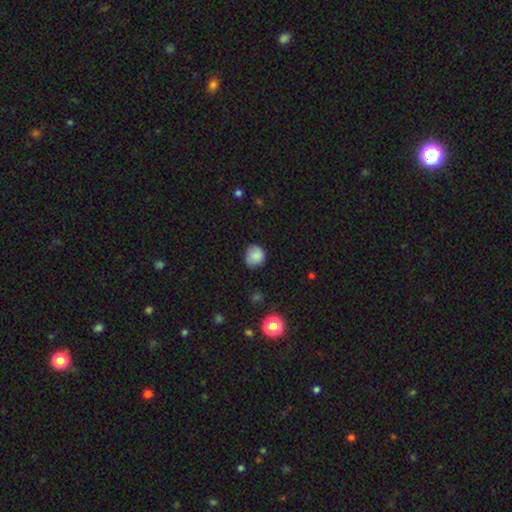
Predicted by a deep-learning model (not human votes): A smooth galaxy with no disk features (86%) that is round (84%).

Vote fractions:
- Smooth or featured? smooth: 86% / star or artifact: 9% / featured or disk: 5%
- How rounded? round: 84% / in between: 15% / cigar-shaped: 1%
- Merging? none: 77% / minor disturbance: 18% / major disturbance: 3% / merger: 1%